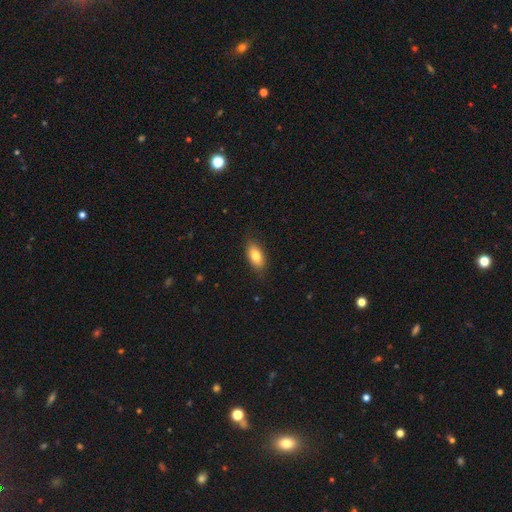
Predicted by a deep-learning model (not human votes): Smooth or featured: smooth — 81% (featured or disk — 12%)
How rounded: in between — 88% (cigar-shaped — 9%)
Merging: none — 85% (minor disturbance — 12%)